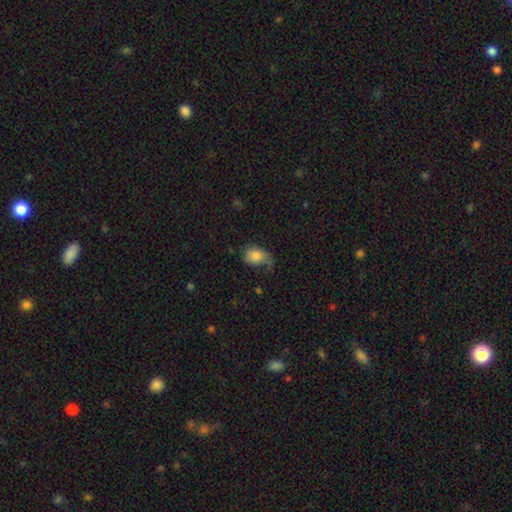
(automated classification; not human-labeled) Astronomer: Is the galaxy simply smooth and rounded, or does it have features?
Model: smooth — 79%.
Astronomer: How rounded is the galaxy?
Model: in between — 73%.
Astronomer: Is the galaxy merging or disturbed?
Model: none — 41% (runner-up: minor disturbance, 38%).